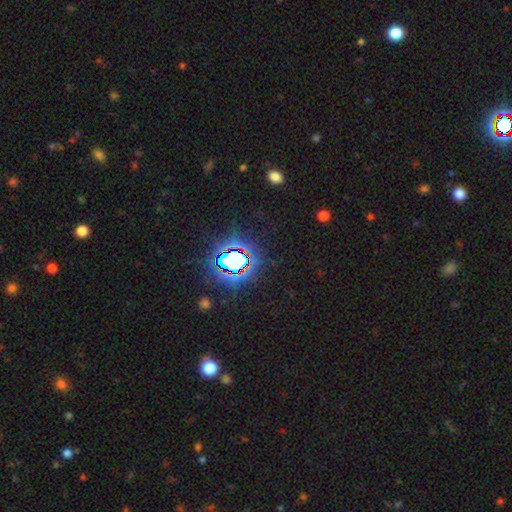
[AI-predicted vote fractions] Morphology: type=star or artifact (82%).